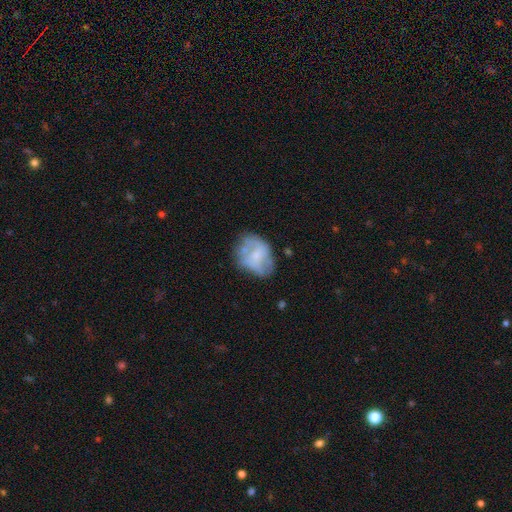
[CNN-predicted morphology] featured or disk 47%, smooth 45%, star or artifact 8%. Down the decision tree: merging — none (50%).